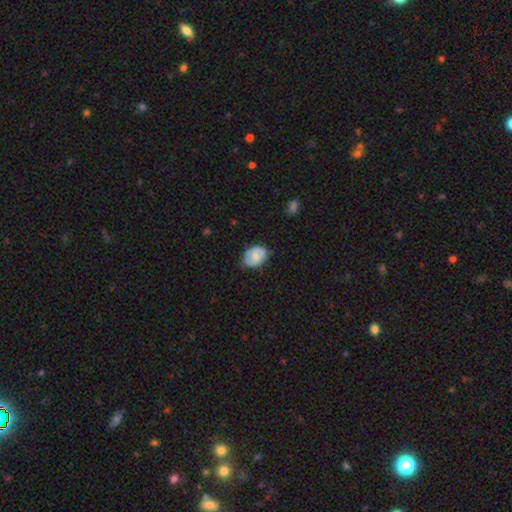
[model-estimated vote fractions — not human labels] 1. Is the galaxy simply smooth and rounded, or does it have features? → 60% smooth, 32% featured or disk, 7% star or artifact.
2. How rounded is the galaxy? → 70% in between, 28% round, 1% cigar-shaped.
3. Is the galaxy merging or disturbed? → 64% none, 28% minor disturbance, 6% major disturbance, 2% merger.